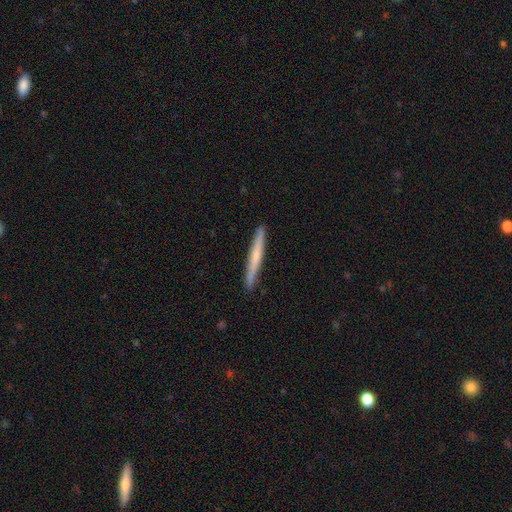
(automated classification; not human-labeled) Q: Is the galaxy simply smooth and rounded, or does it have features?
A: smooth — 54%.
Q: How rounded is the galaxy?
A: cigar-shaped — 97%.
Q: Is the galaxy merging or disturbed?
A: none — 92%.